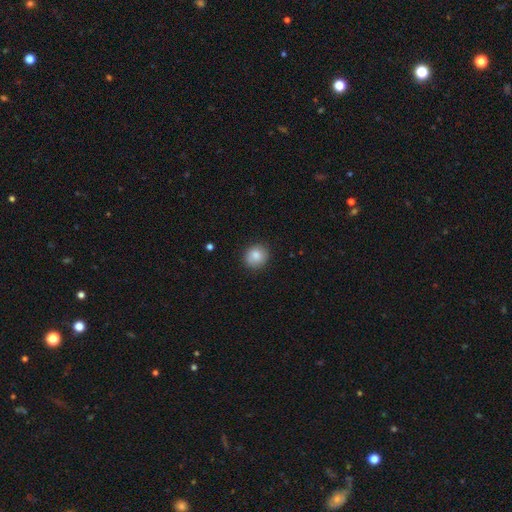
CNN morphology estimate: The model was most divided on "how rounded": round: 81%, in between: 18%, cigar-shaped: 1%. More confident: merging — none (87%); smooth or featured — smooth (85%).